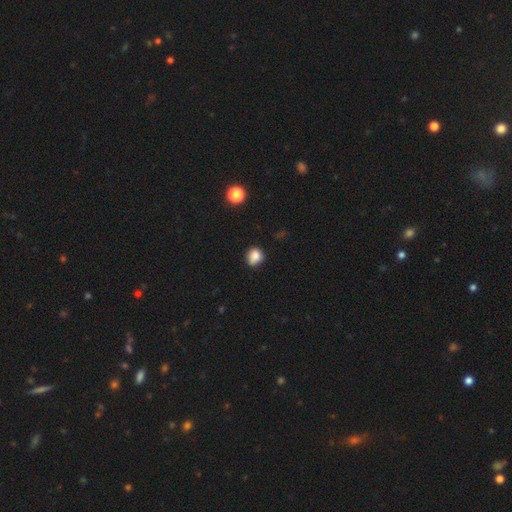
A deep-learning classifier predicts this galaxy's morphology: The model was most divided on "merging": none: 61%, minor disturbance: 29%, major disturbance: 6%, merger: 4%. More confident: smooth or featured — smooth (82%); how rounded — round (71%).